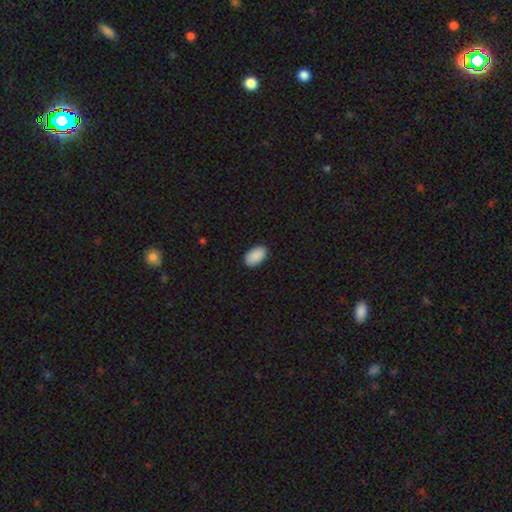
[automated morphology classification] Smooth or featured: smooth — 91% (star or artifact — 7%)
How rounded: in between — 95% (round — 4%)
Merging: none — 89% (minor disturbance — 8%)